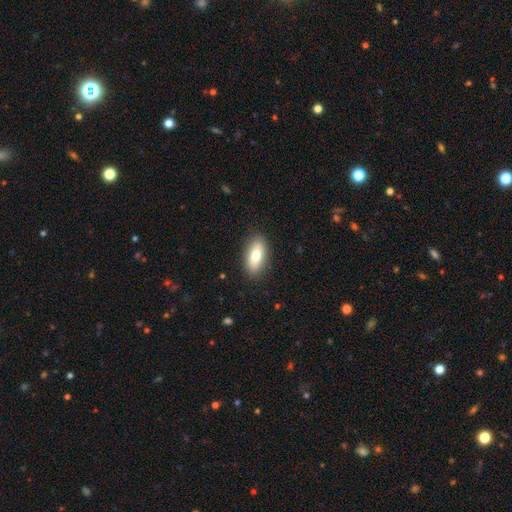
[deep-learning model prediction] Smooth or featured?
  - smooth: 76% *
  - featured or disk: 17%
  - star or artifact: 7%
How rounded?
  - in between: 87% *
  - cigar-shaped: 9%
  - round: 3%
Merging?
  - none: 87% *
  - minor disturbance: 9%
  - major disturbance: 2%
  - merger: 1%